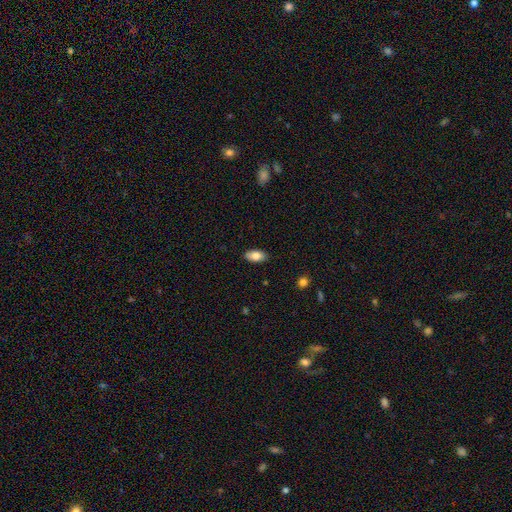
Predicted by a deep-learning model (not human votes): Morphology: type=smooth (81%); roundness=in between (93%); merging=none (87%).